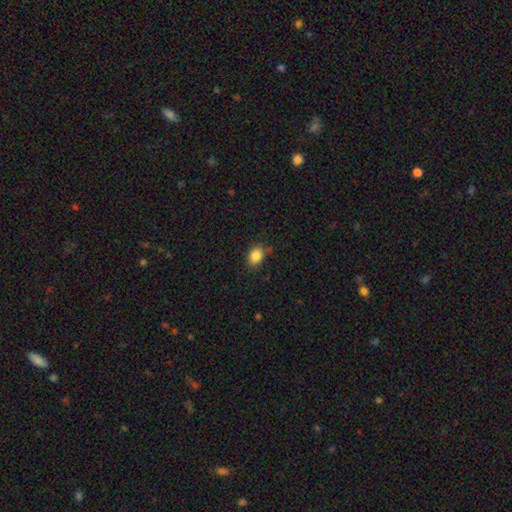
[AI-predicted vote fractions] smooth-or-featured: smooth: 85% | star or artifact: 9% | featured or disk: 5%
  how-rounded: in between: 64% | round: 35% | cigar-shaped: 1%
  merging: none: 81% | minor disturbance: 14% | major disturbance: 3% | merger: 3%